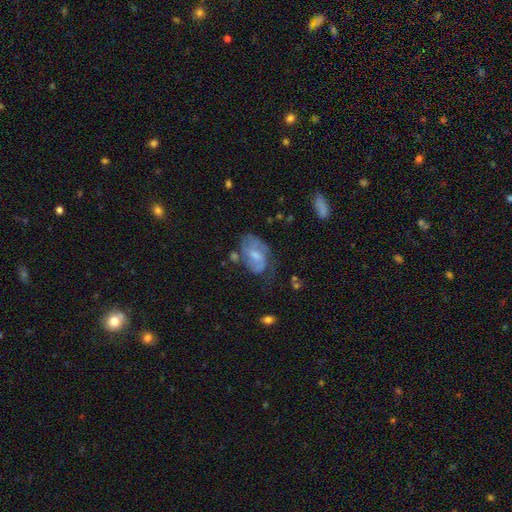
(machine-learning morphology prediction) type=featured or disk (59%); edge-on=no (96%); bar=weak (49%); spiral arms=yes (74%); bulge=moderate (44%); merging=none (43%).